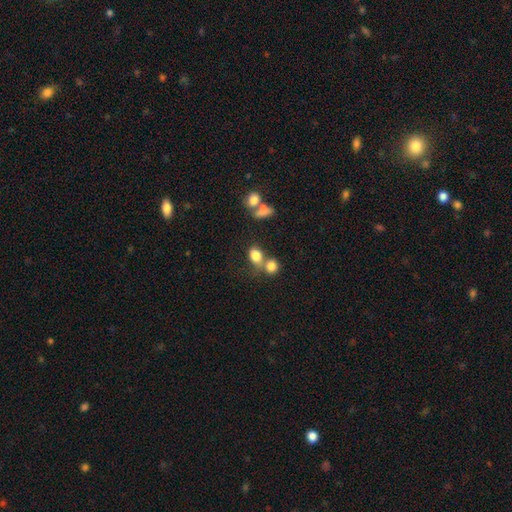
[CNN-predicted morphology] Smooth or featured?
  - smooth: 79% *
  - star or artifact: 11%
  - featured or disk: 10%
How rounded?
  - in between: 62% *
  - round: 36%
  - cigar-shaped: 2%
Merging?
  - merger: 45% *
  - none: 38%
  - minor disturbance: 11%
  - major disturbance: 7%